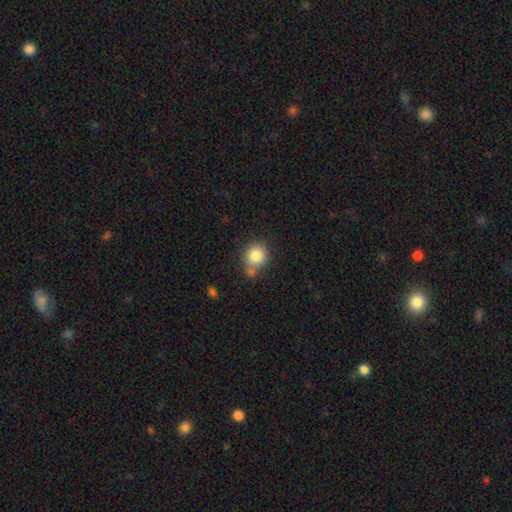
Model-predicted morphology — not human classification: Smooth or featured: smooth — 83% (star or artifact — 9%)
How rounded: round — 83% (in between — 16%)
Merging: none — 62% (merger — 19%)